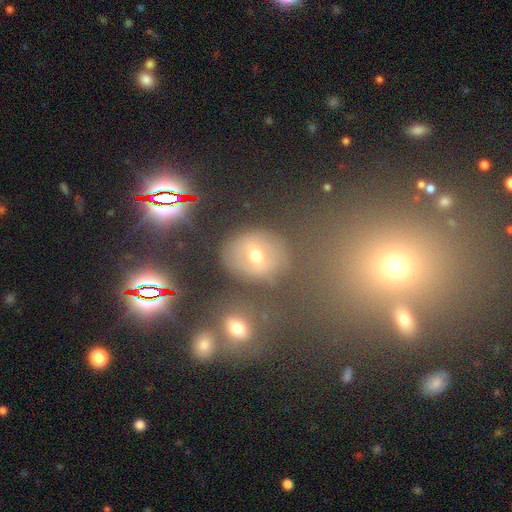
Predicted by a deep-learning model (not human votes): smooth 46%, featured or disk 29%, star or artifact 25%. Down the decision tree: merging — none (74%).